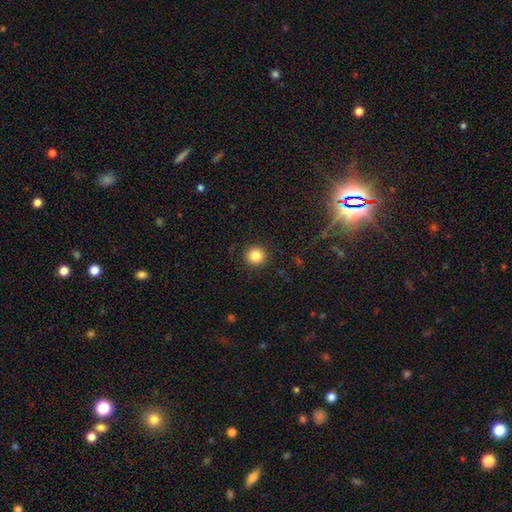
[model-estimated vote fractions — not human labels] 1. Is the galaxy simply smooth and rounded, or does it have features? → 85% smooth, 11% star or artifact, 5% featured or disk.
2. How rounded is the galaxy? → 94% round, 5% in between, 1% cigar-shaped.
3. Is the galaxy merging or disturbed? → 92% none, 5% minor disturbance, 2% major disturbance, 1% merger.